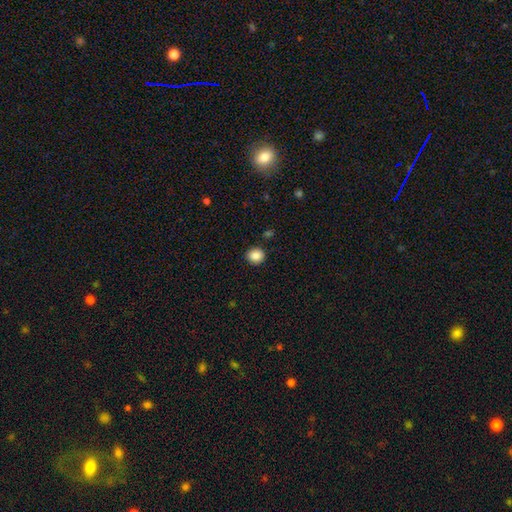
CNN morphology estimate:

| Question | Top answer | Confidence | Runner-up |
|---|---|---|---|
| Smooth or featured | smooth | 86% | star or artifact (9%) |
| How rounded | round | 86% | in between (13%) |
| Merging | none | 90% | minor disturbance (6%) |